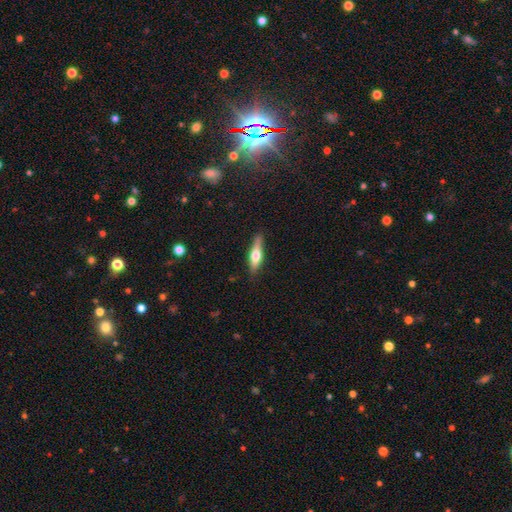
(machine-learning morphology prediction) type=smooth (48%); merging=none (84%).